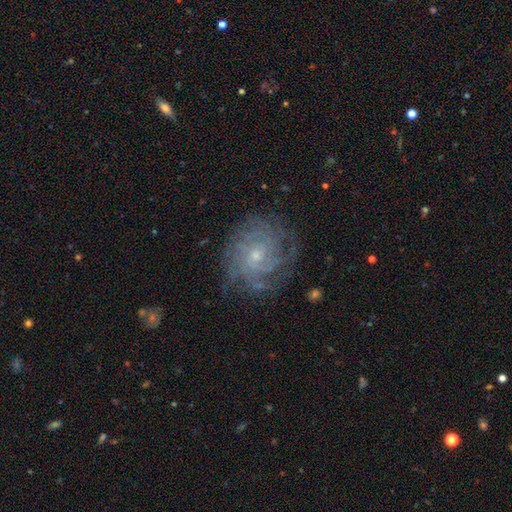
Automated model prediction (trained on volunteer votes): Smooth or featured? featured or disk (76%)
Edge-on disk? no (97%)
Bar? no (75%)
Spiral arms? yes (91%)
Spiral winding? tight (68%)
Spiral arm count? can't tell (48%)
Bulge size? small (70%)
Merging? none (74%)